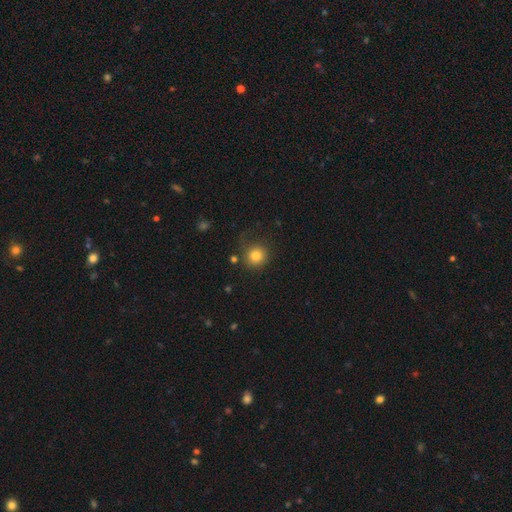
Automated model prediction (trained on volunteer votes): A smooth galaxy with no disk features (81%) that is round (91%). Merging: none (76%).